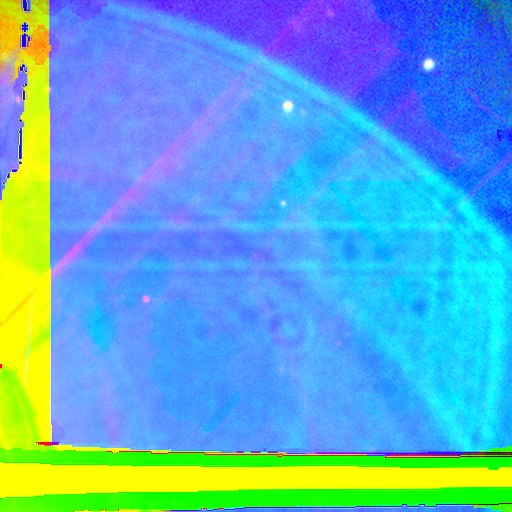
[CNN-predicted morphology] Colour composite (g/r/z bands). It shows a star or artifact, not a galaxy (85%).